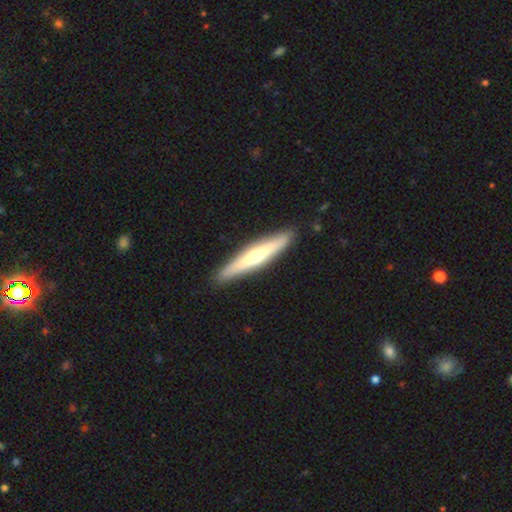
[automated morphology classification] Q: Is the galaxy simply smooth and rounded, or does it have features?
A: featured or disk — 55%.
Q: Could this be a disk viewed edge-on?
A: yes — 93%.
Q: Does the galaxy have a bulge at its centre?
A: rounded — 85%.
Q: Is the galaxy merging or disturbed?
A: none — 91%.